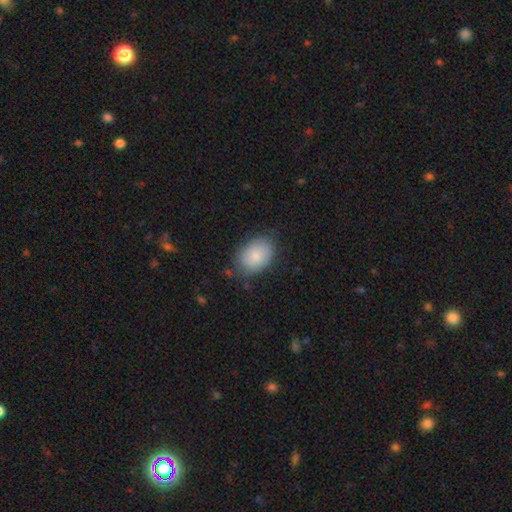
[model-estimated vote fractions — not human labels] Overall: smooth (82%). How rounded: in between (81%). Merging: none (73%).